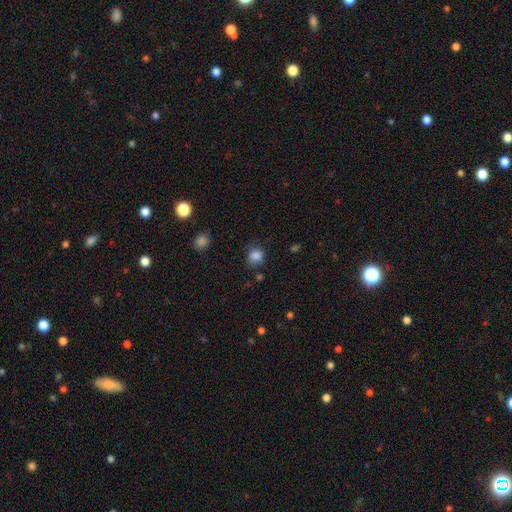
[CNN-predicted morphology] Smooth or featured: smooth — 84% (star or artifact — 12%)
How rounded: round — 76% (in between — 23%)
Merging: none — 72% (minor disturbance — 20%)